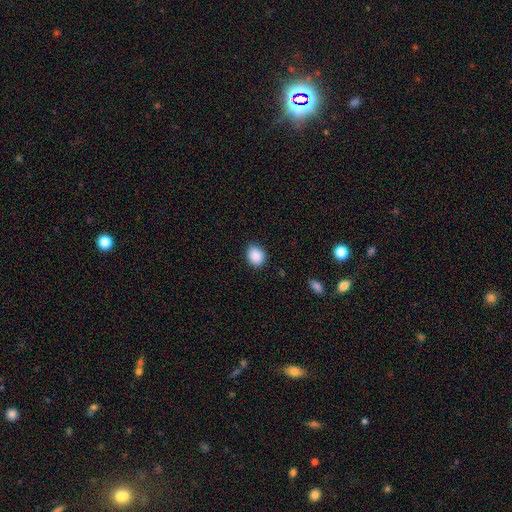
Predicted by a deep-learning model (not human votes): smooth_or_featured: smooth (p=0.89) [alt: star or artifact p=0.08]
how_rounded: round (p=0.59) [alt: in between p=0.40]
merging: none (p=0.86) [alt: minor disturbance p=0.11]